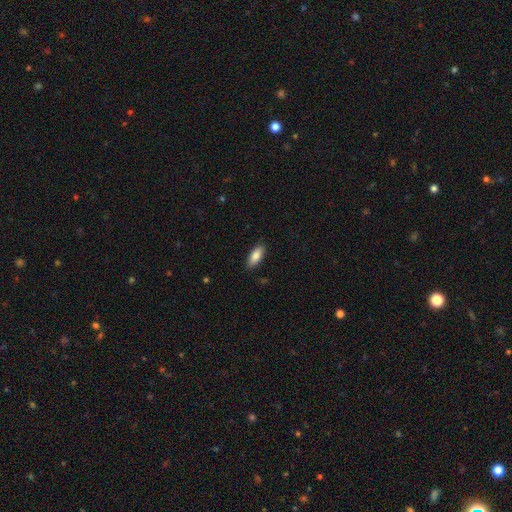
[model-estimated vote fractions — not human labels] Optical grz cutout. It shows a smooth galaxy with no disk features (85%) that is in between round and cigar-shaped (83%). Merging: none (87%).